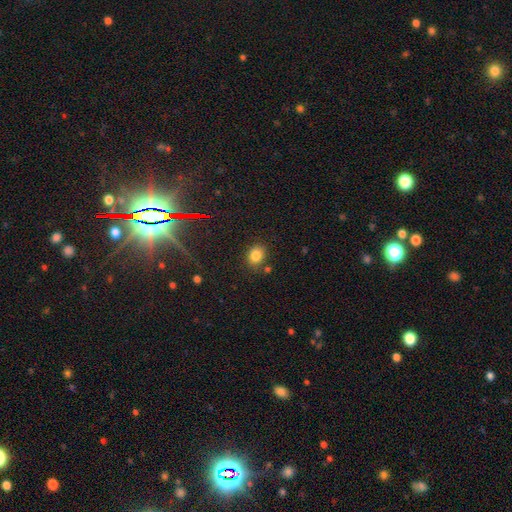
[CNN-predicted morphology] A smooth galaxy with no disk features (80%) that is in between round and cigar-shaped (53%). Merging: none (79%).